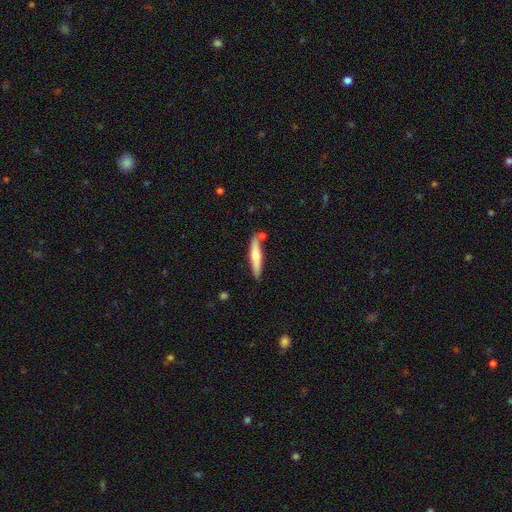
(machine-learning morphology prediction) The model was most divided on "smooth or featured": smooth: 57%, featured or disk: 38%, star or artifact: 5%. More confident: how rounded — cigar-shaped (89%); merging — none (79%).